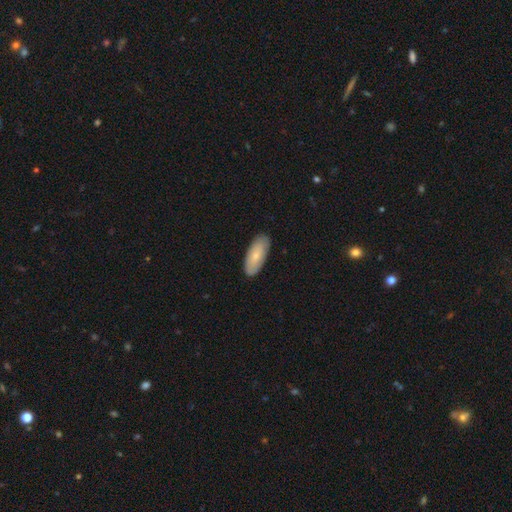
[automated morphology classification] This is likely a smooth galaxy (73%). How rounded: clearly in between (85%). Merging: clearly none (87%).